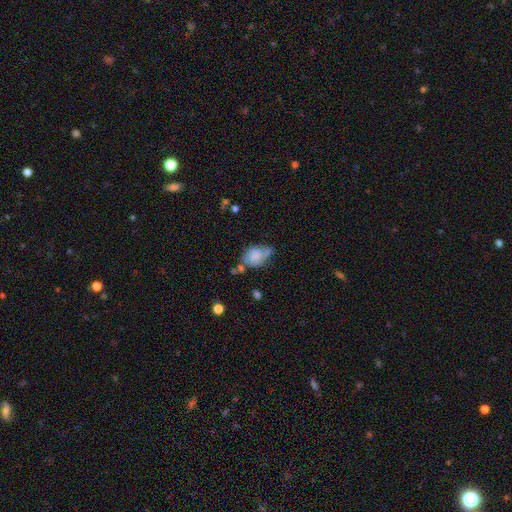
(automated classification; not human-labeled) Smooth or featured?
  - smooth: 64% *
  - featured or disk: 27%
  - star or artifact: 9%
How rounded?
  - in between: 77% *
  - round: 21%
  - cigar-shaped: 2%
Merging?
  - minor disturbance: 35% *
  - none: 34%
  - major disturbance: 18%
  - merger: 13%